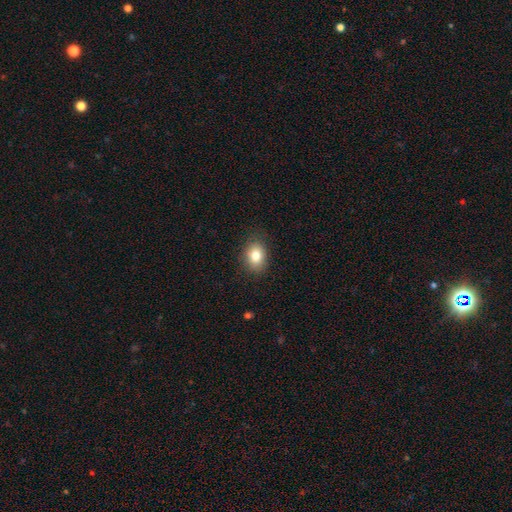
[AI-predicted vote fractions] smooth 83%, star or artifact 9%, featured or disk 8%. Down the decision tree: how rounded — in between (65%); merging — none (85%).